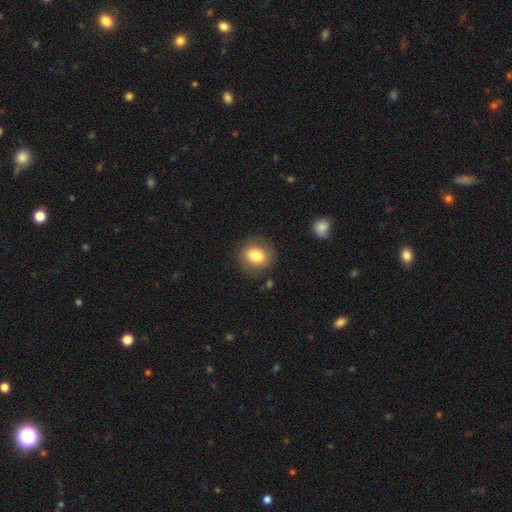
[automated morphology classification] This appears to be a smooth galaxy with no disk features (80%) that is round (76%). Merging: none (84%).